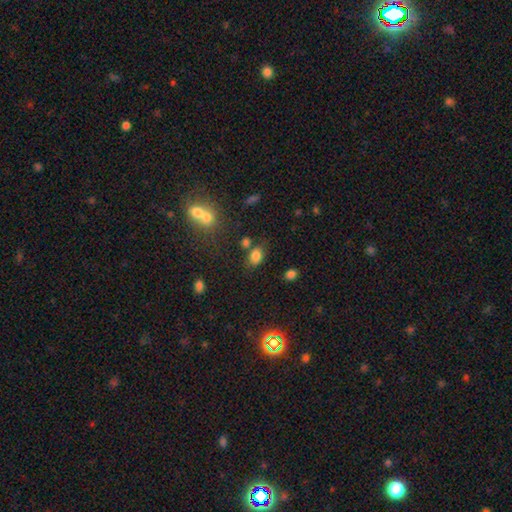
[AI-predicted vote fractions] This is clearly a smooth galaxy (80%). How rounded: likely in between (76%). Merging: likely none (64%).